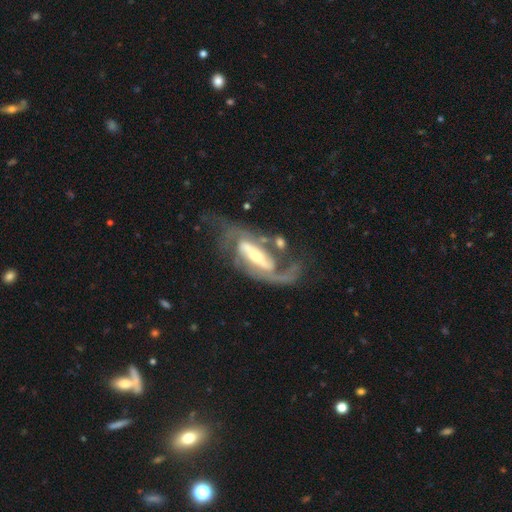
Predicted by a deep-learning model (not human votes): featured or disk 87%, smooth 8%, star or artifact 5%. Down the decision tree: edge-on disk — no (91%); bar — strong (63%); spiral arms — yes (93%); spiral arm count — 2 (78%); spiral winding — medium (44%); bulge size — moderate (46%); merging — none (45%).